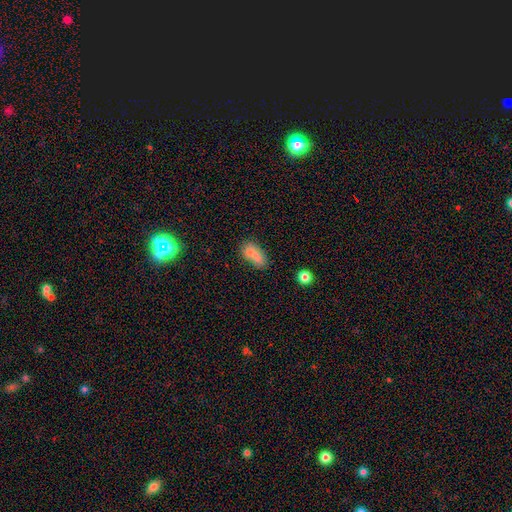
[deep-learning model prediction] Smooth or featured? smooth (76%)
How rounded? in between (79%)
Merging? none (58%)